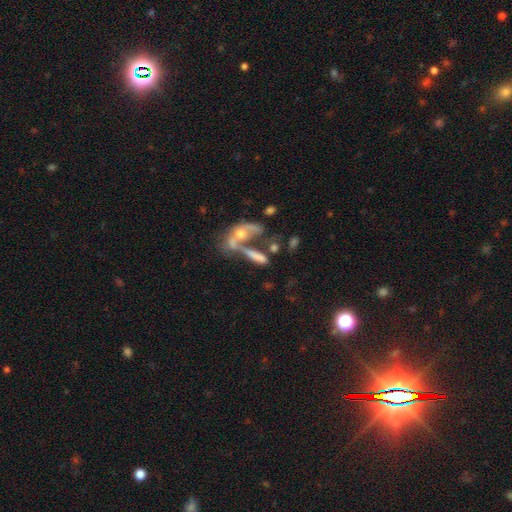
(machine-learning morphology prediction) type=smooth (51%); roundness=in between (47%); merging=merger (55%).